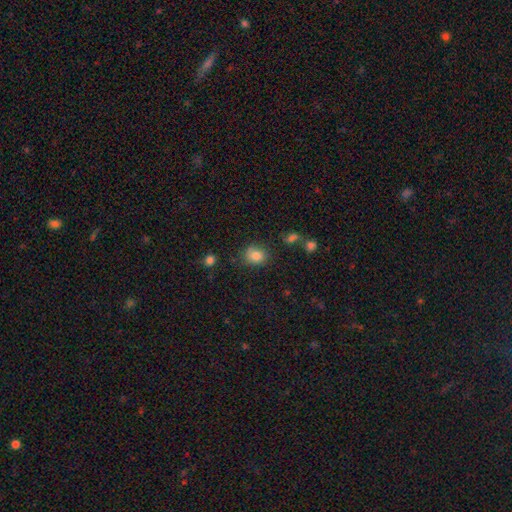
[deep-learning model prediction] Smooth or featured: smooth — 84% (star or artifact — 11%)
How rounded: round — 60% (in between — 39%)
Merging: none — 72% (minor disturbance — 18%)